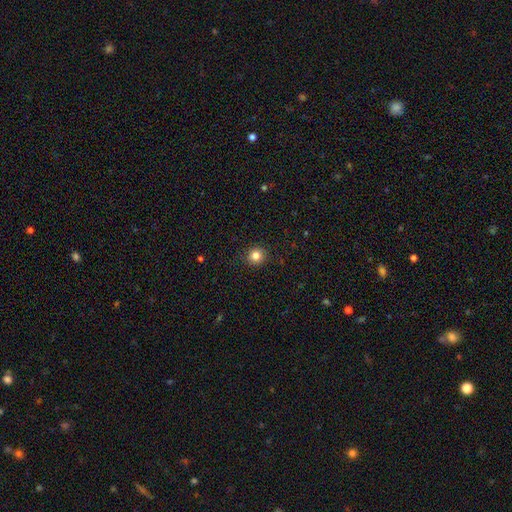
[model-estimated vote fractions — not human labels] Smooth or featured? smooth (83%)
How rounded? round (92%)
Merging? none (92%)